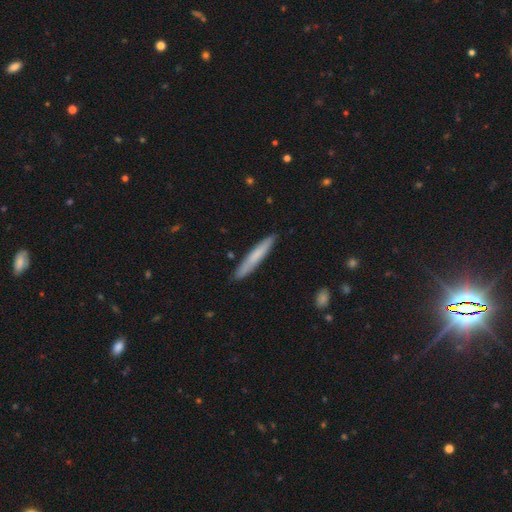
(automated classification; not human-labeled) Overall: smooth (70%). How rounded: cigar-shaped (95%). Merging: none (89%).